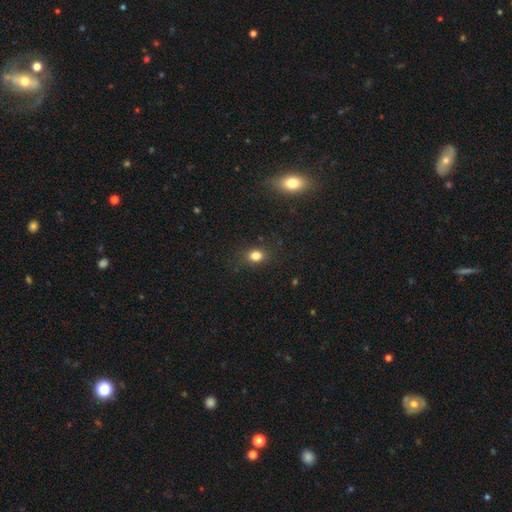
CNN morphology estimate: The model was most divided on "how rounded": round: 51%, in between: 48%, cigar-shaped: 1%. More confident: merging — none (84%); smooth or featured — smooth (81%).